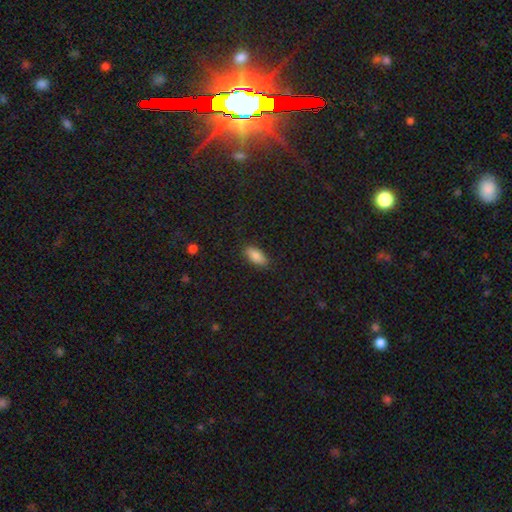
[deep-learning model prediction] Smooth or featured? Predicted: smooth (p=0.84). How rounded? Predicted: in between (p=0.88). Merging? Predicted: none (p=0.85).